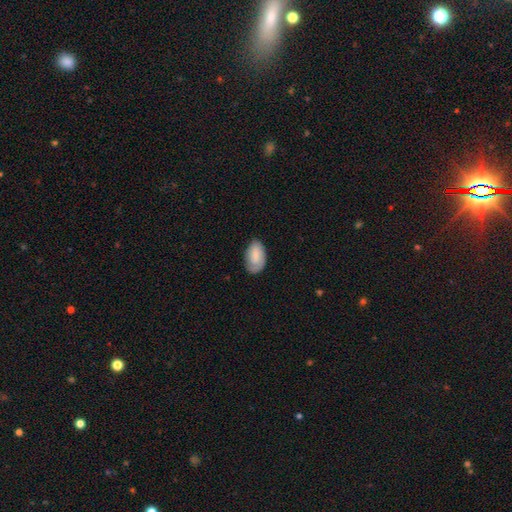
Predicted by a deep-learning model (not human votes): smooth-or-featured: smooth: 70% | featured or disk: 24% | star or artifact: 6%
  how-rounded: in between: 93% | round: 6% | cigar-shaped: 2%
  merging: none: 72% | minor disturbance: 21% | major disturbance: 5% | merger: 1%